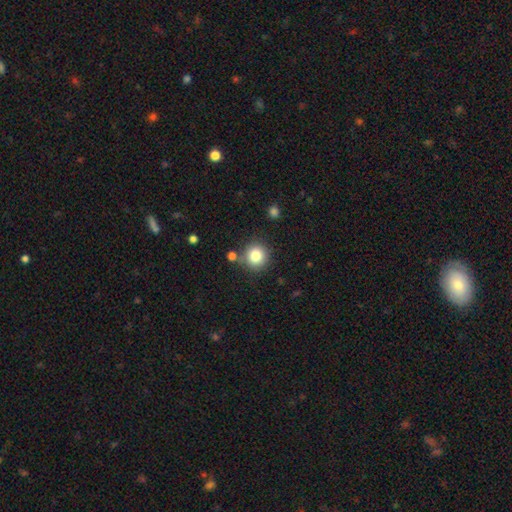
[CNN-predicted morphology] Smooth or featured? smooth (82%)
How rounded? round (92%)
Merging? none (79%)